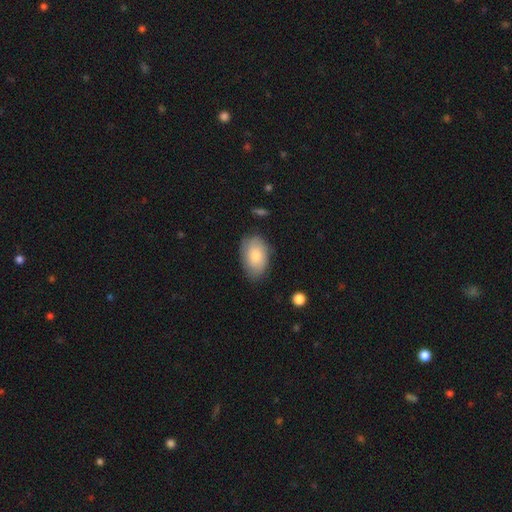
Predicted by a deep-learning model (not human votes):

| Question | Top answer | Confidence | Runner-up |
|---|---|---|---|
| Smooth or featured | smooth | 75% | featured or disk (19%) |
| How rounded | in between | 91% | round (8%) |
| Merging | none | 74% | minor disturbance (20%) |